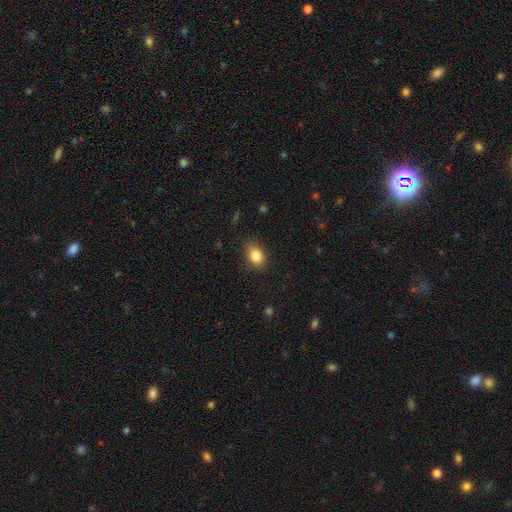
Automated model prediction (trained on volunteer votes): A smooth galaxy with no disk features (85%) that is in between round and cigar-shaped (75%). Merging: none (81%).